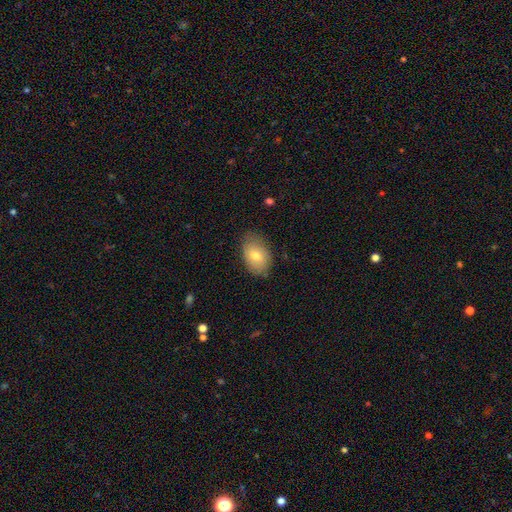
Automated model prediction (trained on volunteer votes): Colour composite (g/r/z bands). It shows a smooth galaxy with no disk features (75%) that is in between round and cigar-shaped (88%). Merging: none (74%).